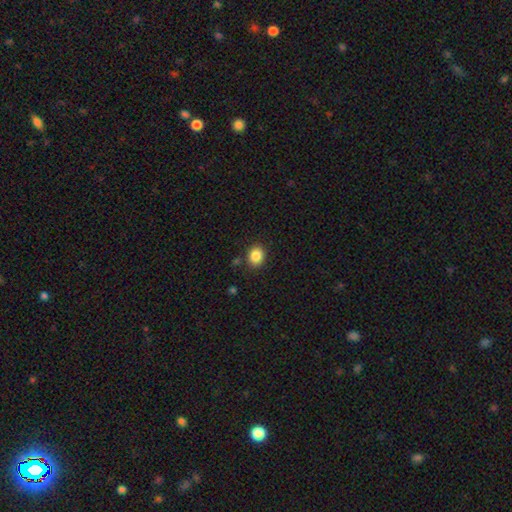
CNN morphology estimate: type=smooth (87%); roundness=round (55%); merging=none (84%).